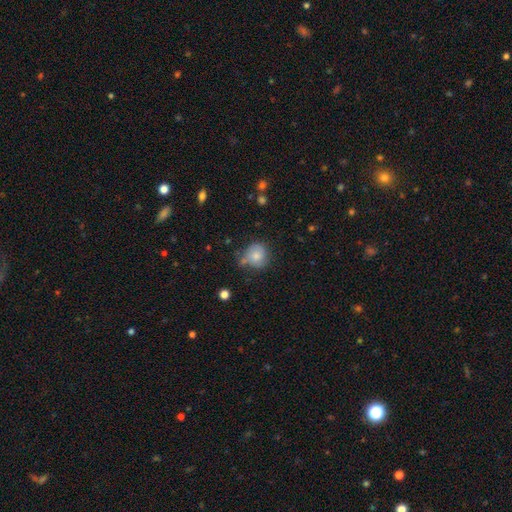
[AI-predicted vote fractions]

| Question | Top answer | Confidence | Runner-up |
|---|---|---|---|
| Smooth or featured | smooth | 73% | featured or disk (18%) |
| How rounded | round | 79% | in between (20%) |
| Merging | none | 53% | minor disturbance (29%) |